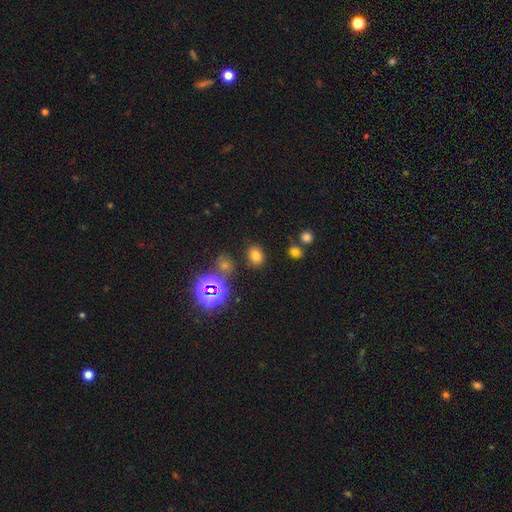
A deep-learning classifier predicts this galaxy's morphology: Overall: smooth (70%). How rounded: in between (54%; round 45%). Merging: none (83%).